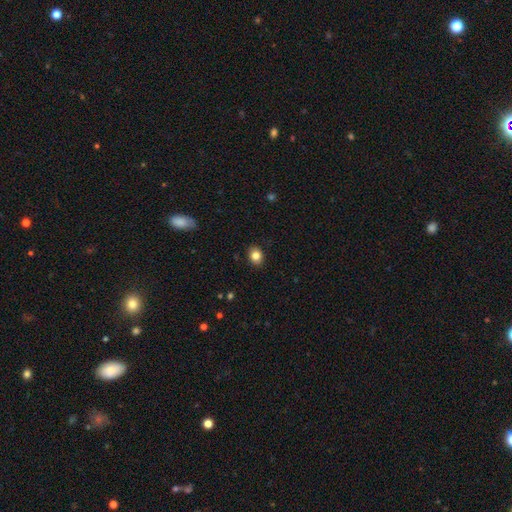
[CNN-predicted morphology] A smooth galaxy with no disk features (84%) that is in between round and cigar-shaped (50%). Merging: none (89%).